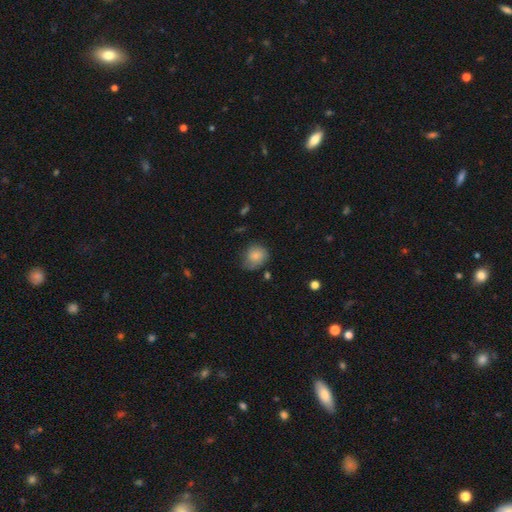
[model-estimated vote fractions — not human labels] The model was most divided on "merging": none: 57%, minor disturbance: 32%, major disturbance: 9%, merger: 2%. More confident: smooth or featured — smooth (79%); how rounded — round (67%).